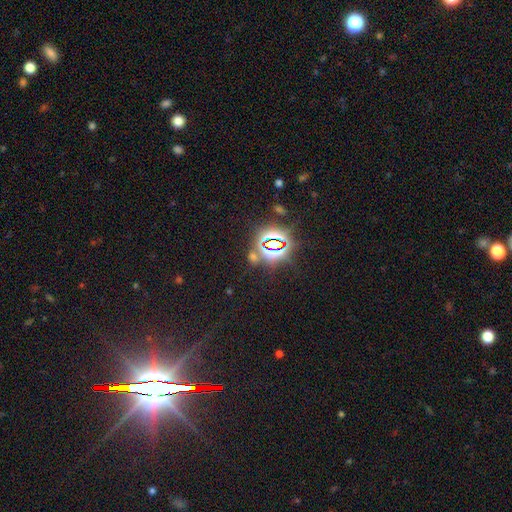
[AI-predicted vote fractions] smooth-or-featured: star or artifact: 79% | smooth: 13% | featured or disk: 8%